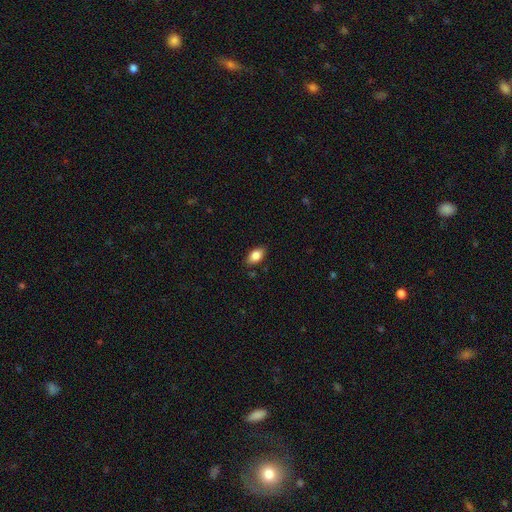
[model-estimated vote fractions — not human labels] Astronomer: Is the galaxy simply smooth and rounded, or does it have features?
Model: smooth — 85%.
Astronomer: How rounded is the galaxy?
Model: in between — 88%.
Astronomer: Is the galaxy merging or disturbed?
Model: none — 85%.